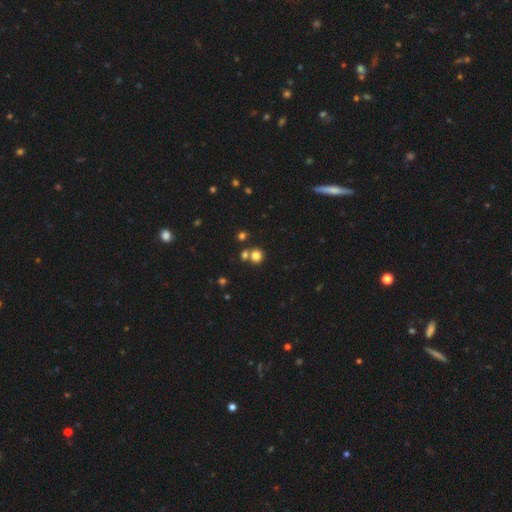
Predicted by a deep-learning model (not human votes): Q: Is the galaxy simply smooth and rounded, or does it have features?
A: smooth — 78%.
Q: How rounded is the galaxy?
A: round — 87%.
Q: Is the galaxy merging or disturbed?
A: none — 64%.